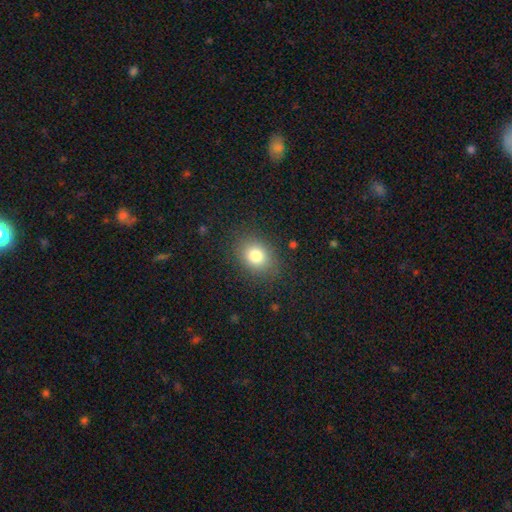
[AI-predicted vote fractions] This is clearly a smooth galaxy (81%). How rounded: possibly in between (53%). Merging: clearly none (84%).